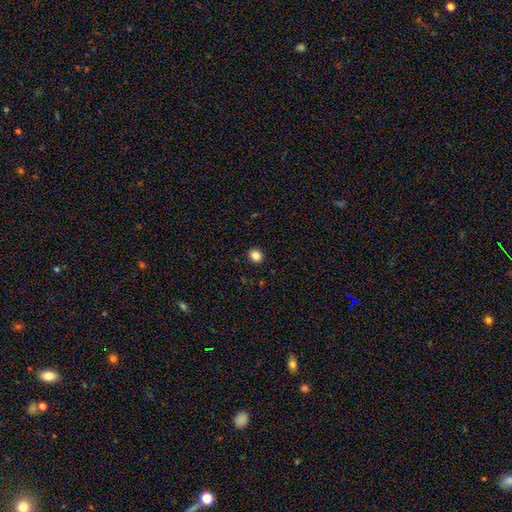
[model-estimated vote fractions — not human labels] smooth-or-featured: smooth: 85% | star or artifact: 11% | featured or disk: 5%
  how-rounded: round: 71% | in between: 29% | cigar-shaped: 1%
  merging: none: 92% | minor disturbance: 6% | major disturbance: 2% | merger: 1%